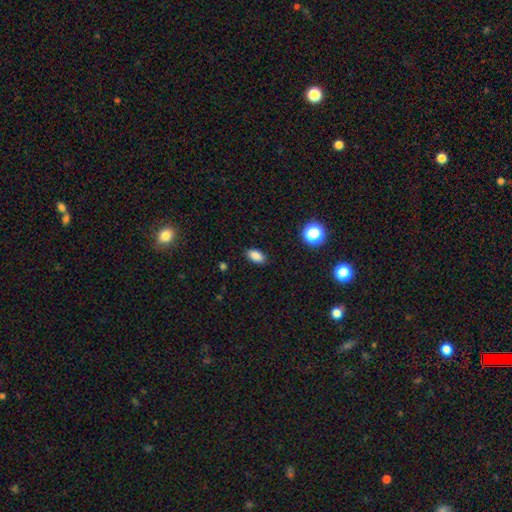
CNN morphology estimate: Smooth or featured: smooth — 85% (star or artifact — 11%)
How rounded: in between — 90% (round — 7%)
Merging: none — 89% (minor disturbance — 8%)